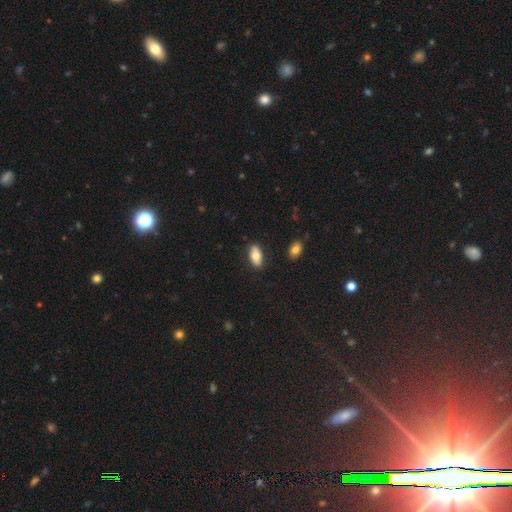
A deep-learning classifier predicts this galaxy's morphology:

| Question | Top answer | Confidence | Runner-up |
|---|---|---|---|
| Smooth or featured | smooth | 76% | featured or disk (18%) |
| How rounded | in between | 90% | cigar-shaped (7%) |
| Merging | none | 85% | minor disturbance (11%) |